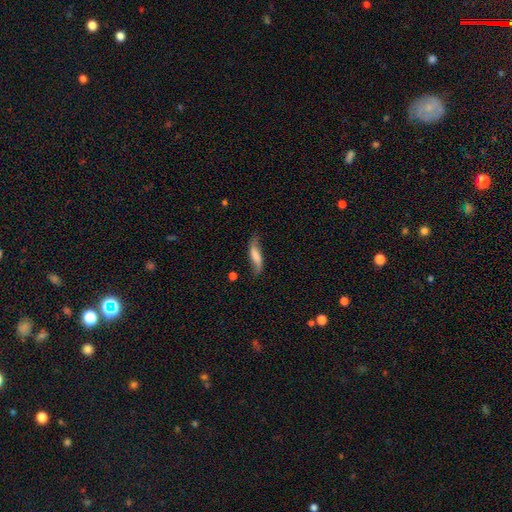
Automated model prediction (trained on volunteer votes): This is possibly a smooth galaxy (50%). Merging: likely none (62%).